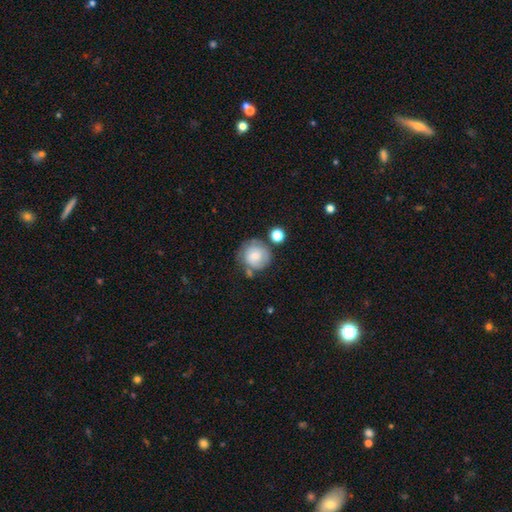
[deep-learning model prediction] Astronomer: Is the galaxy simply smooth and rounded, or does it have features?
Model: smooth — 64%.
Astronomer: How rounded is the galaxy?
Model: round — 88%.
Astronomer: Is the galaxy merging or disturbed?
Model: none — 56%.